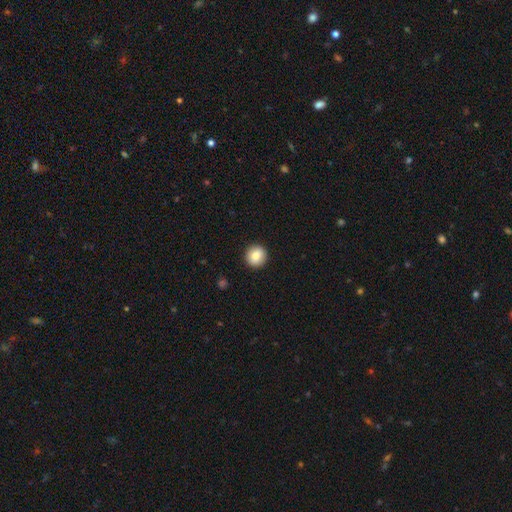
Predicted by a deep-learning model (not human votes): Smooth or featured? smooth (82%)
How rounded? round (94%)
Merging? none (93%)